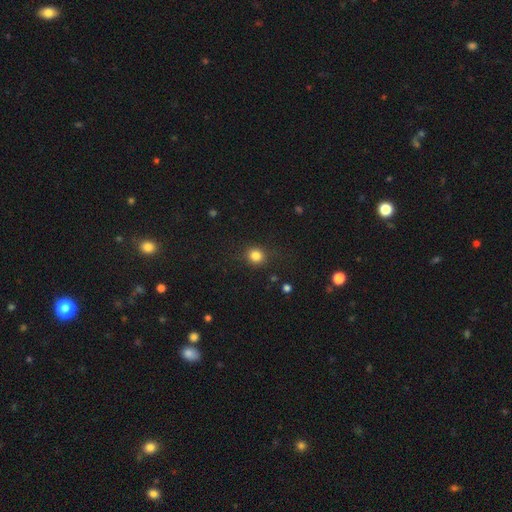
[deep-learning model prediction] A smooth galaxy with no disk features (82%) that is round (83%). Merging: none (85%).